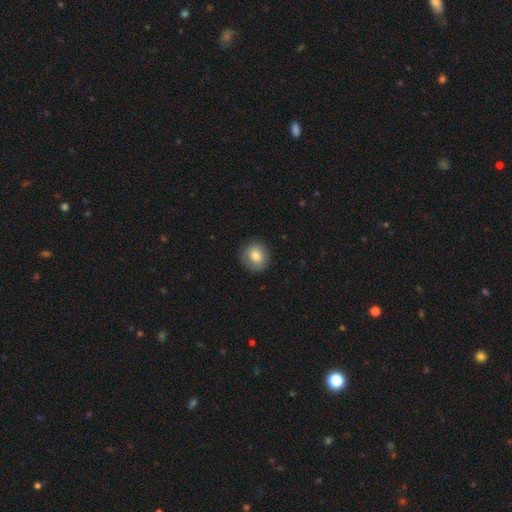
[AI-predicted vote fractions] Overall: smooth (78%). How rounded: round (84%). Merging: none (87%).